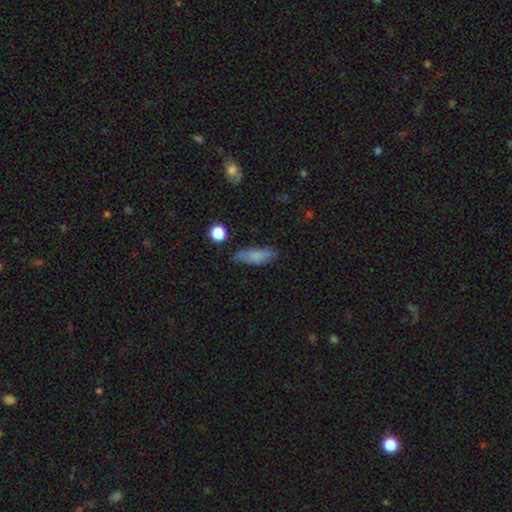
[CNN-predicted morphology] smooth-or-featured: smooth: 75% | featured or disk: 16% | star or artifact: 9%
  how-rounded: in between: 59% | cigar-shaped: 38% | round: 3%
  merging: none: 69% | minor disturbance: 22% | major disturbance: 6% | merger: 3%